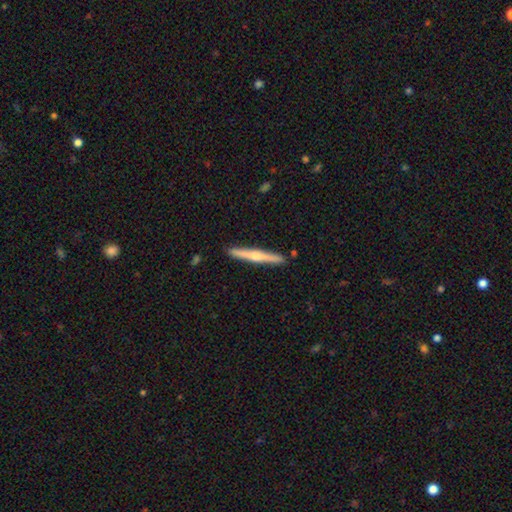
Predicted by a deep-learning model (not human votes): A featured or disk galaxy (60%) viewed edge-on (98%) with a rounded central bulge (85%).

Vote fractions:
- Smooth or featured? featured or disk: 60% / smooth: 34% / star or artifact: 5%
- Edge-on disk? yes: 98% / no: 2%
- Edge-on bulge? rounded: 85% / none: 11% / boxy: 4%
- Merging? none: 91% / minor disturbance: 6% / merger: 1% / major disturbance: 1%